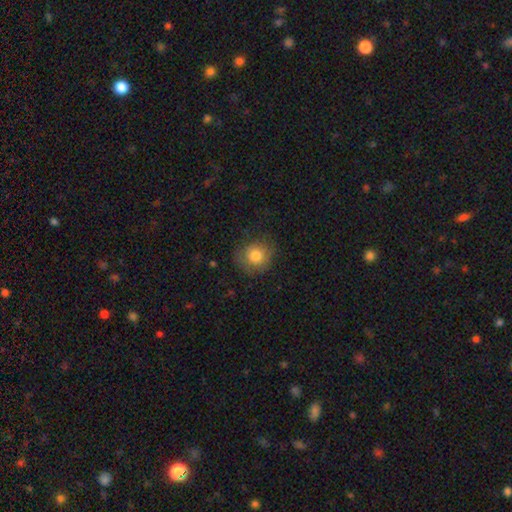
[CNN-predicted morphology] A smooth galaxy with no disk features (79%) that is round (87%). Merging: none (74%).